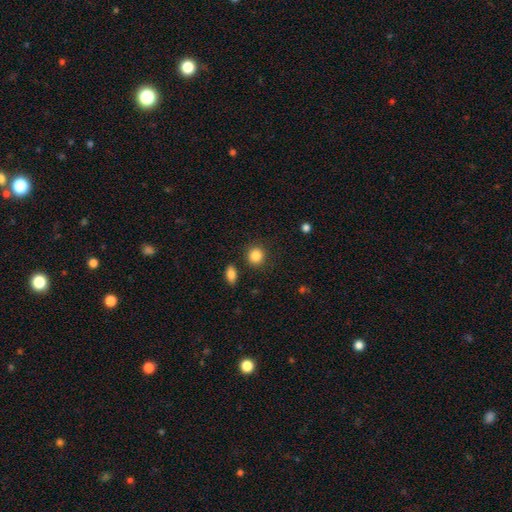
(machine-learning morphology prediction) Smooth or featured? smooth (87%)
How rounded? round (88%)
Merging? none (86%)